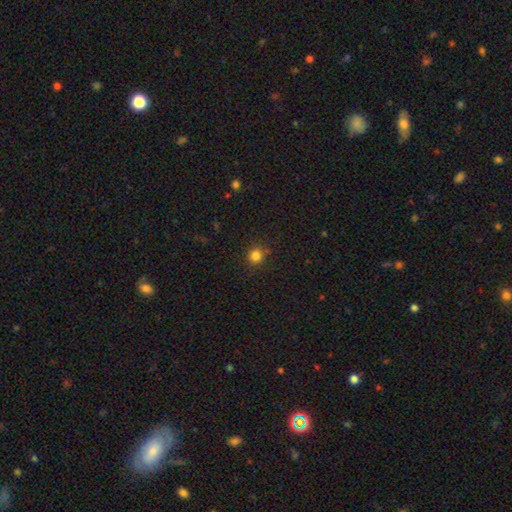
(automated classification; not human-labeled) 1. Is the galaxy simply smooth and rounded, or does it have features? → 82% smooth, 13% star or artifact, 4% featured or disk.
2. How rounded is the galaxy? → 90% round, 9% in between, 1% cigar-shaped.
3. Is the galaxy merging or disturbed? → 88% none, 8% minor disturbance, 3% major disturbance, 2% merger.